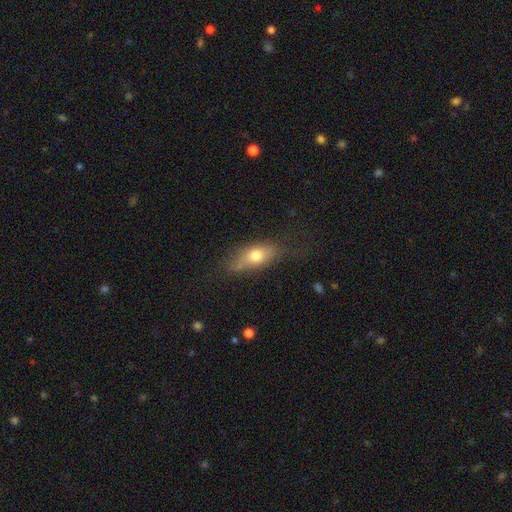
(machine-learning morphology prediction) Smooth or featured? smooth (69%)
How rounded? in between (74%)
Merging? none (60%)